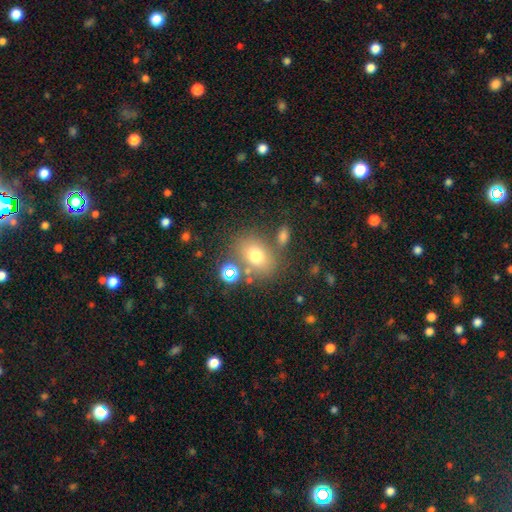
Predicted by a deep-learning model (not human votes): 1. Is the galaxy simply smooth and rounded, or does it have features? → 71% smooth, 15% star or artifact, 14% featured or disk.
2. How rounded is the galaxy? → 55% in between, 44% round, 1% cigar-shaped.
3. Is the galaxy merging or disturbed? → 67% none, 14% minor disturbance, 13% merger, 6% major disturbance.